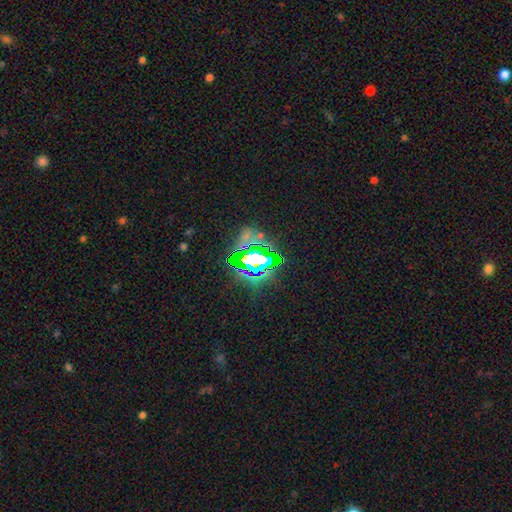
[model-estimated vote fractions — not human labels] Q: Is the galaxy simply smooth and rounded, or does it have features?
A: star or artifact — 67%.